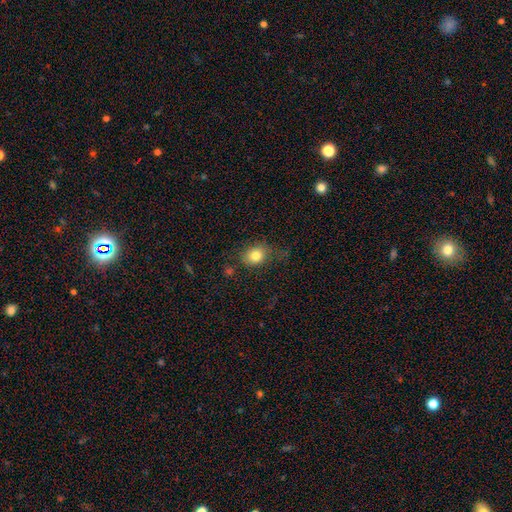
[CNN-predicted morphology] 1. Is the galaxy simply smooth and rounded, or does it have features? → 80% smooth, 11% star or artifact, 9% featured or disk.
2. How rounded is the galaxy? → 60% round, 39% in between, 1% cigar-shaped.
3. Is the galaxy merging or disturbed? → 67% none, 21% minor disturbance, 9% major disturbance, 3% merger.